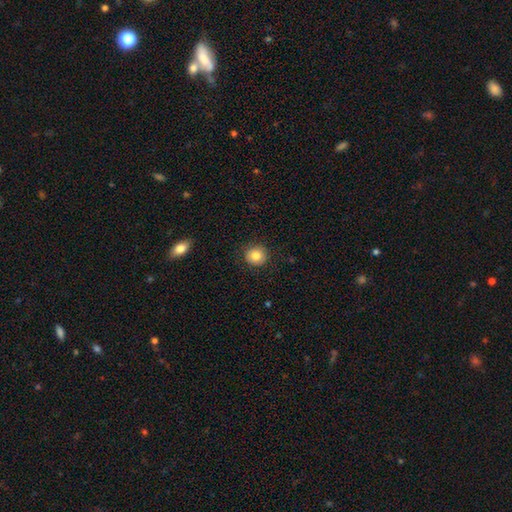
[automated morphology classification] This is clearly a smooth galaxy (83%). How rounded: clearly round (92%). Merging: clearly none (89%).